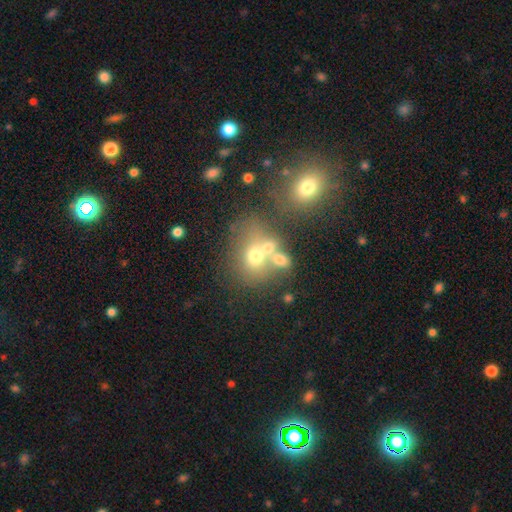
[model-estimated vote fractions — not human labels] Smooth or featured? smooth (59%)
How rounded? round (59%)
Merging? merger (48%)